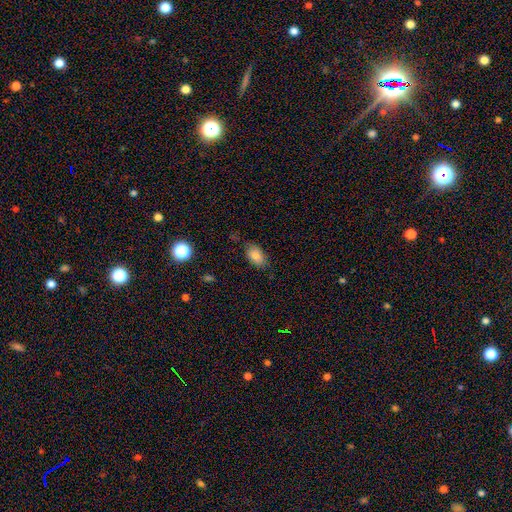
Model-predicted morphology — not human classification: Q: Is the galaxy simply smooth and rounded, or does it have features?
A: smooth — 84%.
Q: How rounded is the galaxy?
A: in between — 90%.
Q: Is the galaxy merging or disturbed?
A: none — 74%.